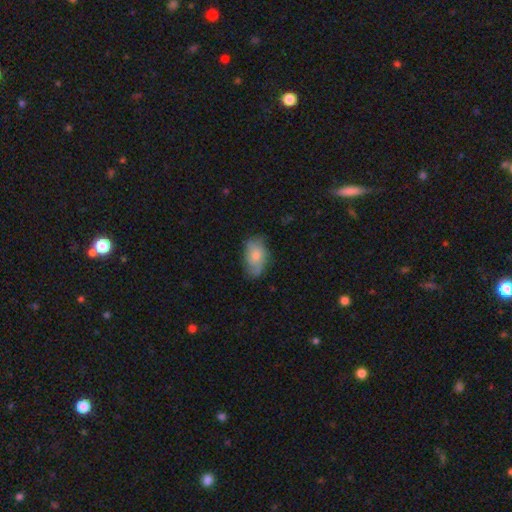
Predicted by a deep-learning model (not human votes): A smooth galaxy with no disk features (70%) that is in between round and cigar-shaped (91%).

Vote fractions:
- Smooth or featured? smooth: 70% / featured or disk: 24% / star or artifact: 7%
- How rounded? in between: 91% / round: 7% / cigar-shaped: 2%
- Merging? none: 62% / minor disturbance: 29% / major disturbance: 8% / merger: 2%